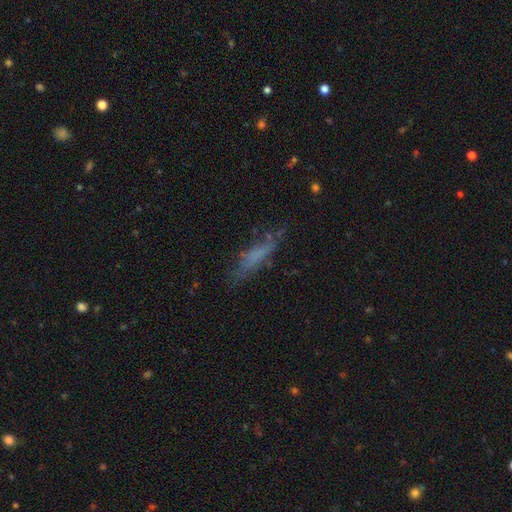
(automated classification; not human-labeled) smooth-or-featured: smooth: 54% | featured or disk: 33% | star or artifact: 13%
  how-rounded: cigar-shaped: 71% | in between: 26% | round: 2%
  merging: none: 58% | minor disturbance: 25% | major disturbance: 14% | merger: 3%